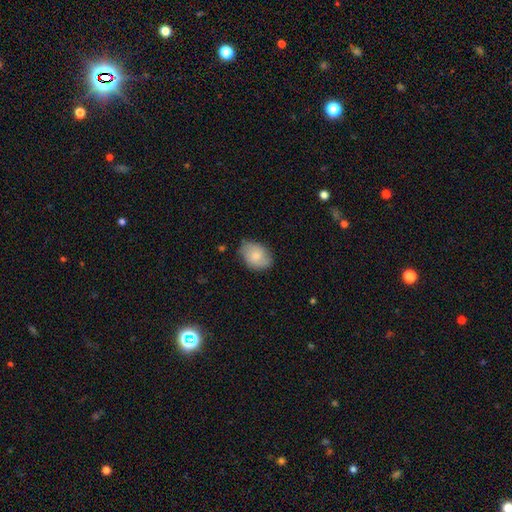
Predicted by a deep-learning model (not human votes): This appears to be a smooth galaxy with no disk features (74%) that is in between round and cigar-shaped (71%). Merging: none (68%).